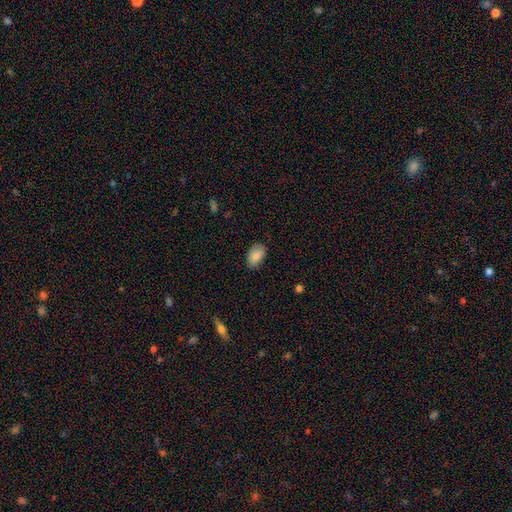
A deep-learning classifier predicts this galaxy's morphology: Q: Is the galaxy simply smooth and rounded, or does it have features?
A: smooth — 85%.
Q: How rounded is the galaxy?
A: in between — 93%.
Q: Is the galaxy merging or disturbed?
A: none — 78%.